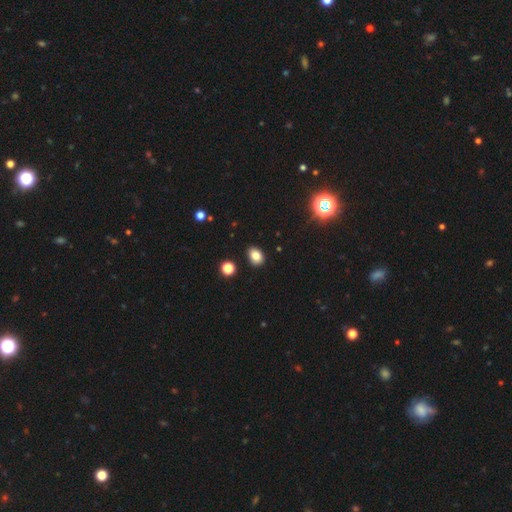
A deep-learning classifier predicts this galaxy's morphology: Smooth or featured: smooth — 83% (star or artifact — 11%)
How rounded: in between — 71% (round — 28%)
Merging: none — 88% (minor disturbance — 7%)